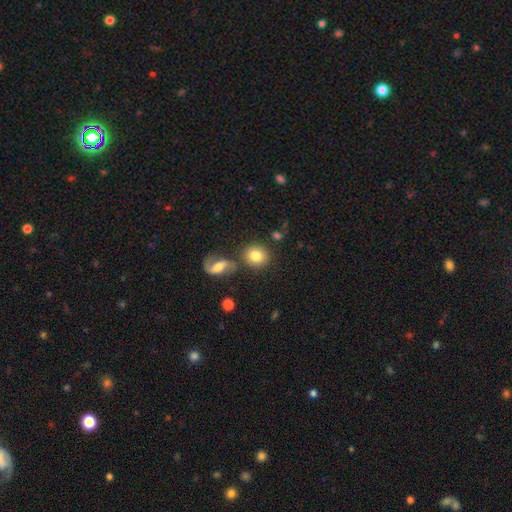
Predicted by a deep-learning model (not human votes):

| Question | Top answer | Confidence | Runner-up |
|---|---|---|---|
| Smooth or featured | smooth | 80% | featured or disk (12%) |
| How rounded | round | 74% | in between (25%) |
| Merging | none | 69% | merger (15%) |